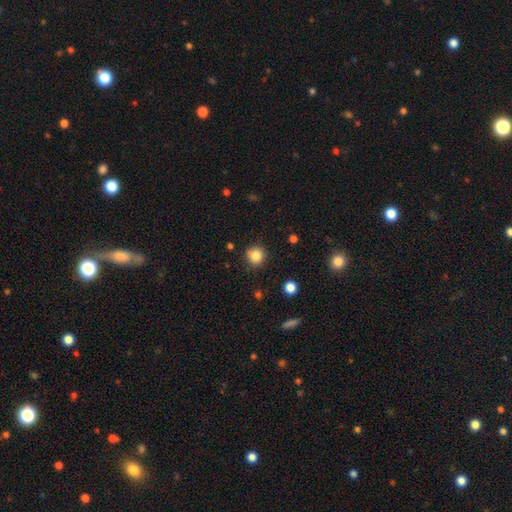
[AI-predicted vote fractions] Smooth or featured? Predicted: smooth (p=0.84). How rounded? Predicted: round (p=0.92). Merging? Predicted: none (p=0.88).